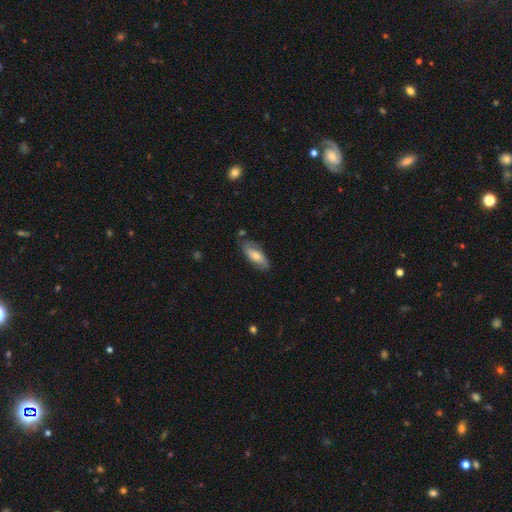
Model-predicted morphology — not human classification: The model was most divided on "smooth or featured": smooth: 53%, featured or disk: 40%, star or artifact: 7%. More confident: how rounded — in between (79%); merging — none (69%).